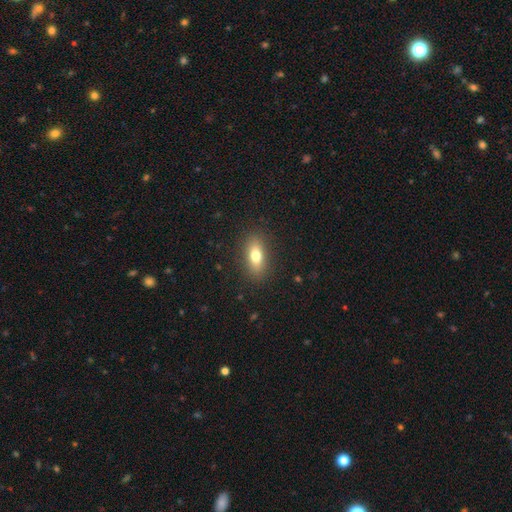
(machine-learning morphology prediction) Smooth or featured?
  - smooth: 75% *
  - featured or disk: 17%
  - star or artifact: 9%
How rounded?
  - in between: 77% *
  - cigar-shaped: 16%
  - round: 7%
Merging?
  - none: 88% *
  - minor disturbance: 9%
  - major disturbance: 3%
  - merger: 1%